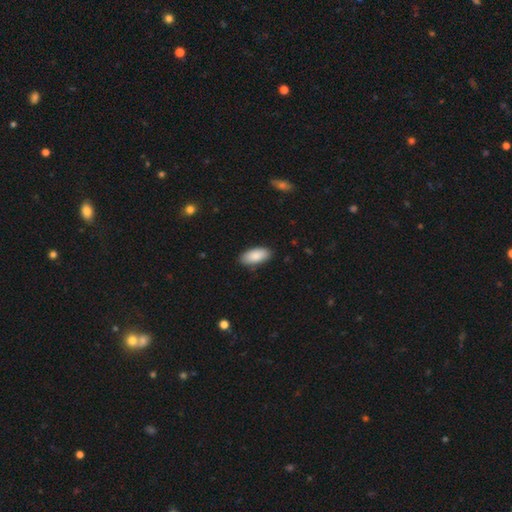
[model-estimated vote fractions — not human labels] smooth_or_featured: smooth (p=0.89) [alt: featured or disk p=0.06]
how_rounded: in between (p=0.91) [alt: cigar-shaped p=0.07]
merging: none (p=0.86) [alt: minor disturbance p=0.11]